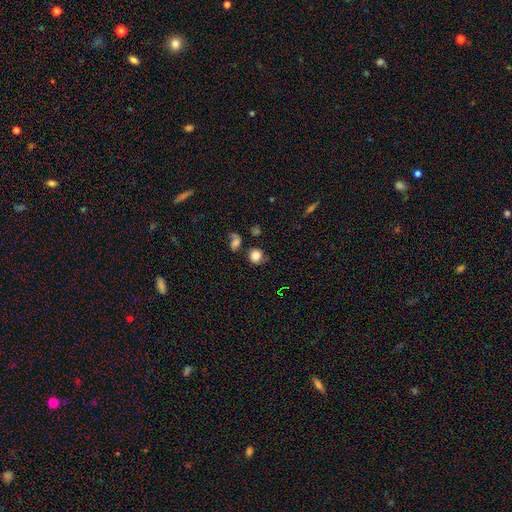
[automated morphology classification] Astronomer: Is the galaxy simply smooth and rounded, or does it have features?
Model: smooth — 81%.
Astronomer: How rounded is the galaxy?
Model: round — 87%.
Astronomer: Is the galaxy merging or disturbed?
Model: none — 64%.